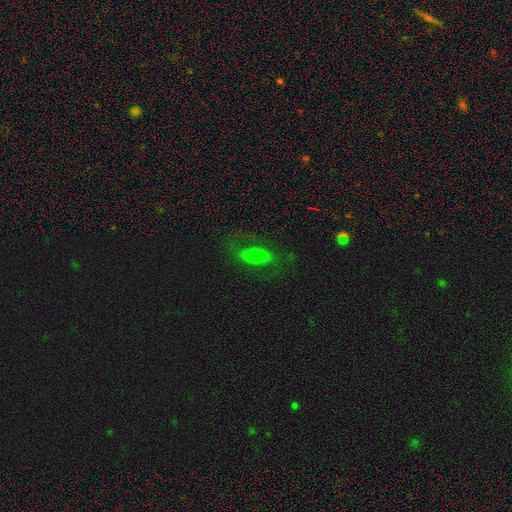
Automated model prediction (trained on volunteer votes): smooth_or_featured: smooth (p=0.54) [alt: featured or disk p=0.32]
how_rounded: in between (p=0.83) [alt: cigar-shaped p=0.10]
merging: none (p=0.67) [alt: minor disturbance p=0.17]